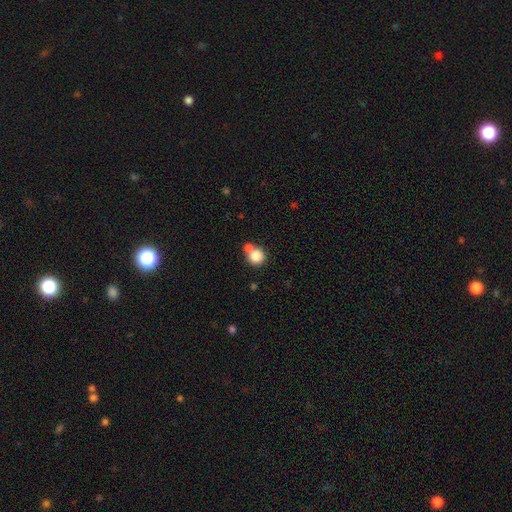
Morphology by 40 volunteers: smooth-or-featured: smooth: 80% | featured or disk: 10% | star or artifact: 10%
  how-rounded: round: 94% | in between: 6% | cigar-shaped: 0%
  merging: none: 53% | merger: 31% | minor disturbance: 11% | major disturbance: 6%